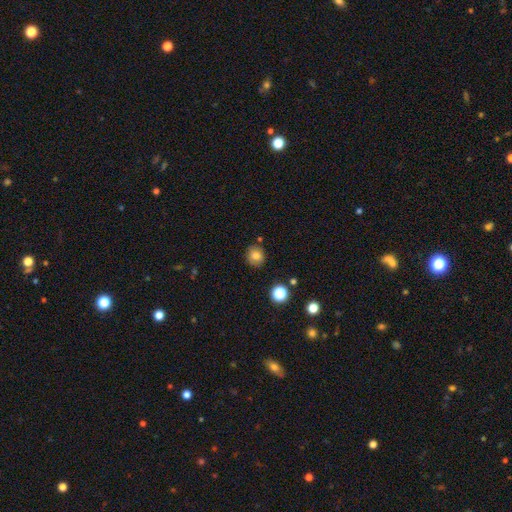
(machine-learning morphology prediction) A smooth galaxy with no disk features (77%) that is round (78%).

Vote fractions:
- Smooth or featured? smooth: 77% / star or artifact: 12% / featured or disk: 10%
- How rounded? round: 78% / in between: 21% / cigar-shaped: 1%
- Merging? none: 82% / minor disturbance: 12% / merger: 3% / major disturbance: 3%